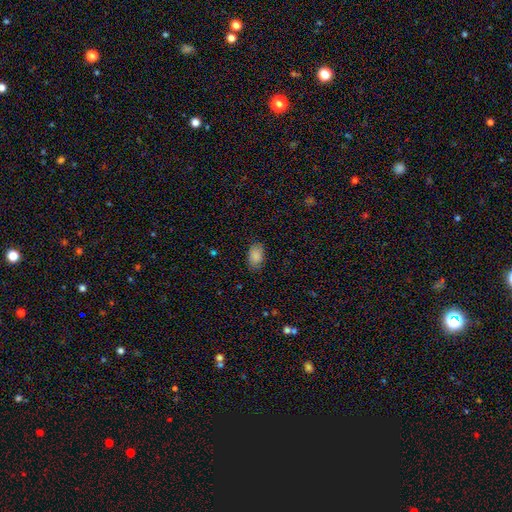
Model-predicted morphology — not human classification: Smooth or featured? Predicted: smooth (p=0.87). How rounded? Predicted: in between (p=0.90). Merging? Predicted: none (p=0.83).